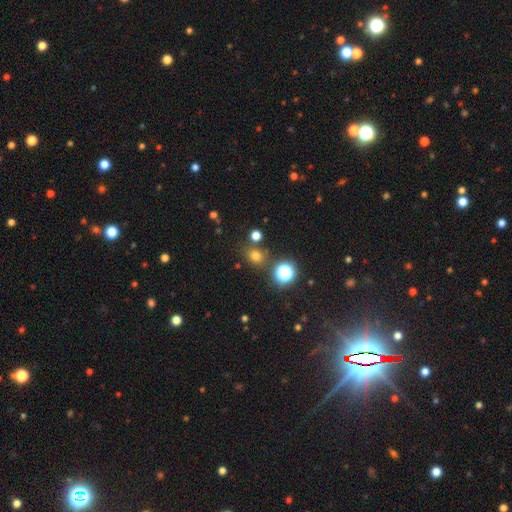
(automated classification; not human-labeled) The model was most divided on "smooth or featured": smooth: 69%, star or artifact: 25%, featured or disk: 6%. More confident: merging — none (78%); how rounded — round (74%).